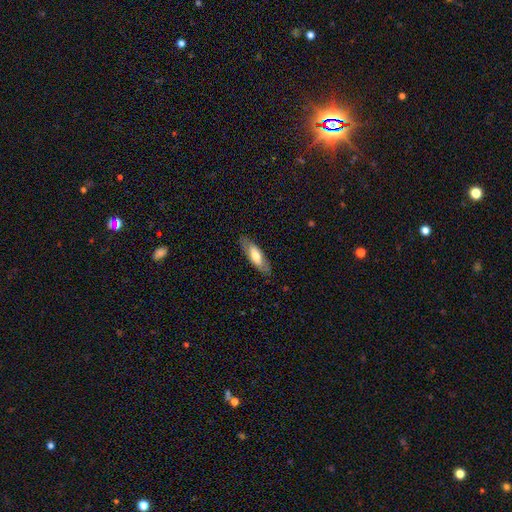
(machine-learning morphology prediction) Smooth or featured? smooth (61%)
How rounded? in between (59%)
Merging? none (83%)